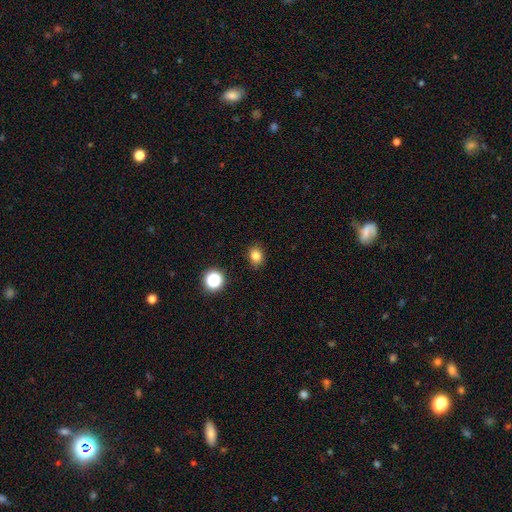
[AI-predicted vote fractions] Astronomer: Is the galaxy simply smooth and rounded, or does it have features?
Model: smooth — 81%.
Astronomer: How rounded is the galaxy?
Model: round — 52% (runner-up: in between, 47%).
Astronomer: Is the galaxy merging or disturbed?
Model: none — 87%.